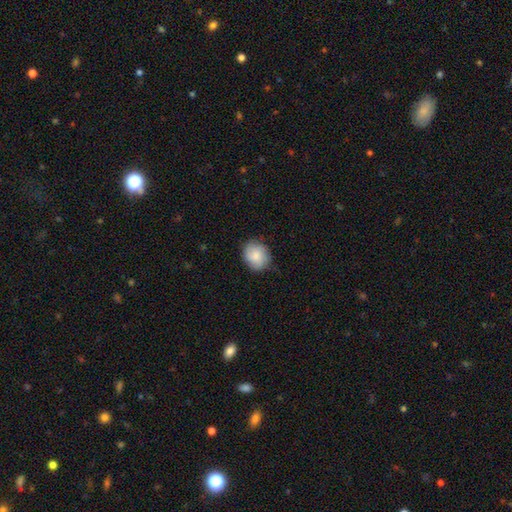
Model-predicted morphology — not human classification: A smooth galaxy with no disk features (83%) that is round (70%). Merging: none (80%).